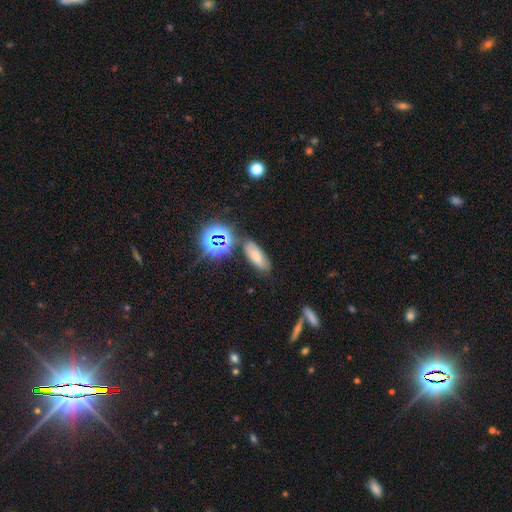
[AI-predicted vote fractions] Q: Smooth or featured?
A: smooth (66%); runner-up: star or artifact (23%)
Q: How rounded?
A: in between (74%); runner-up: cigar-shaped (17%)
Q: Merging?
A: none (74%); runner-up: minor disturbance (13%)